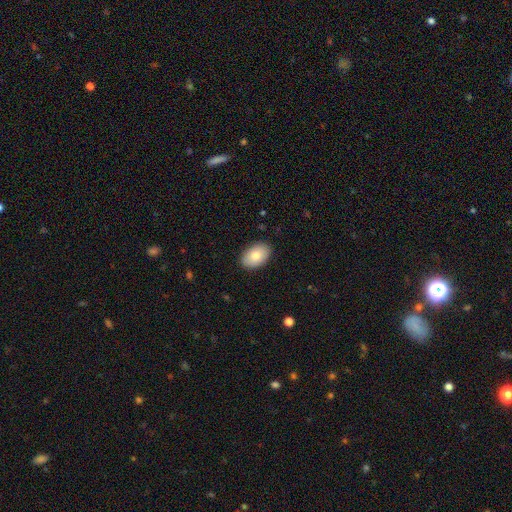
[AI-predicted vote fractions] Smooth or featured? Predicted: smooth (p=0.85). How rounded? Predicted: in between (p=0.91). Merging? Predicted: none (p=0.89).